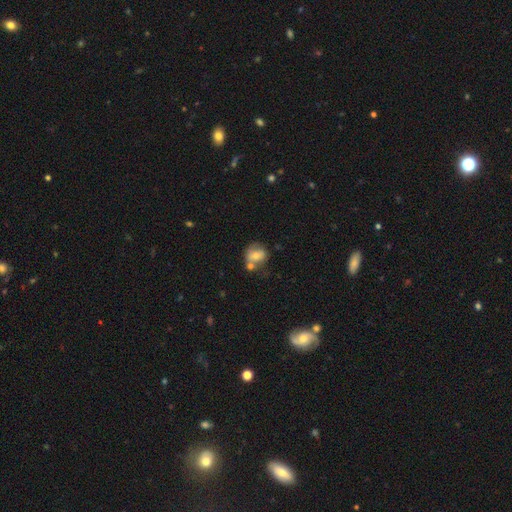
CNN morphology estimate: Smooth or featured: smooth — 63% (featured or disk — 27%)
How rounded: round — 60% (in between — 39%)
Merging: none — 41% (merger — 32%)